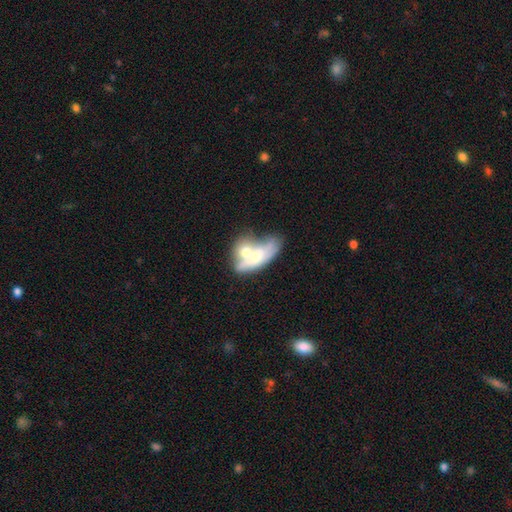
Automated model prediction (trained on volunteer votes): Smooth or featured? smooth (53%)
How rounded? in between (72%)
Merging? merger (65%)